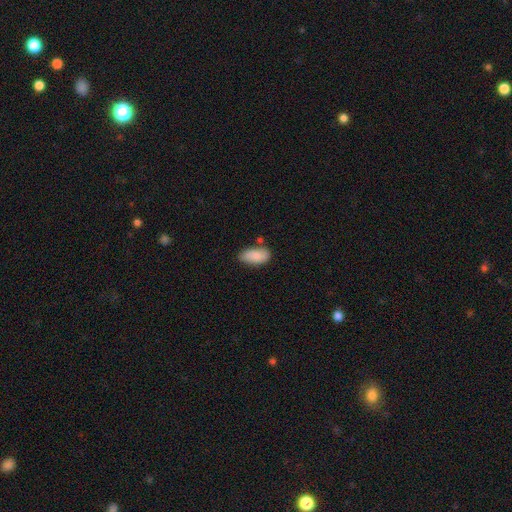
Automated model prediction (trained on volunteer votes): Overall: smooth (84%). How rounded: in between (93%). Merging: none (65%).